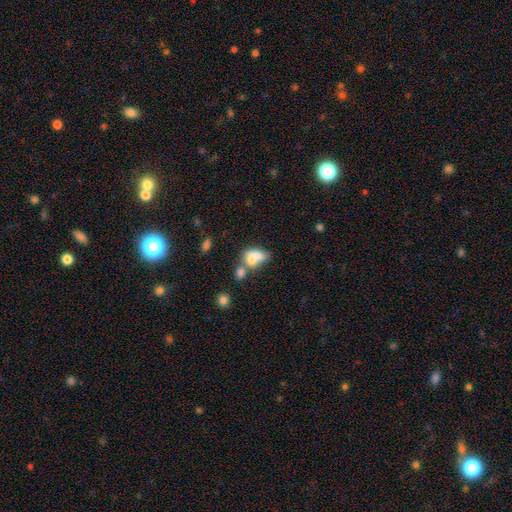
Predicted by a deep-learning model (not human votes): This appears to be a smooth galaxy with no disk features (70%) that is in between round and cigar-shaped (80%). Merging: merger (57%).